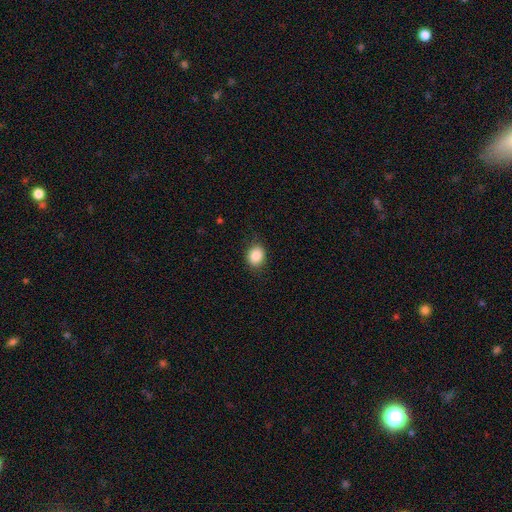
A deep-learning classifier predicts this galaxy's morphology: Smooth or featured: smooth — 86% (star or artifact — 9%)
How rounded: round — 54% (in between — 46%)
Merging: none — 84% (minor disturbance — 12%)